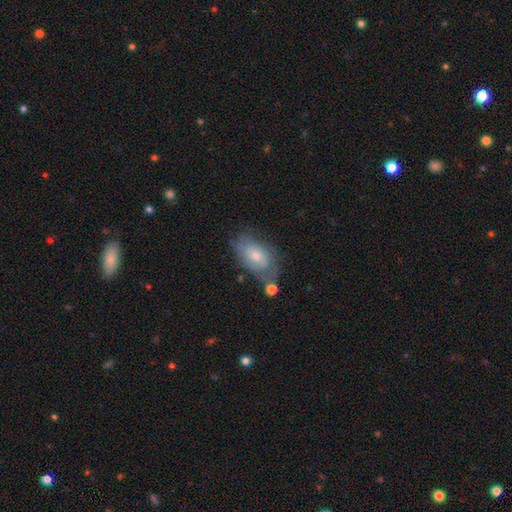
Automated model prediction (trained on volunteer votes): Overall: featured or disk (47%; smooth 45%). Merging: none (54%; minor disturbance 26%).